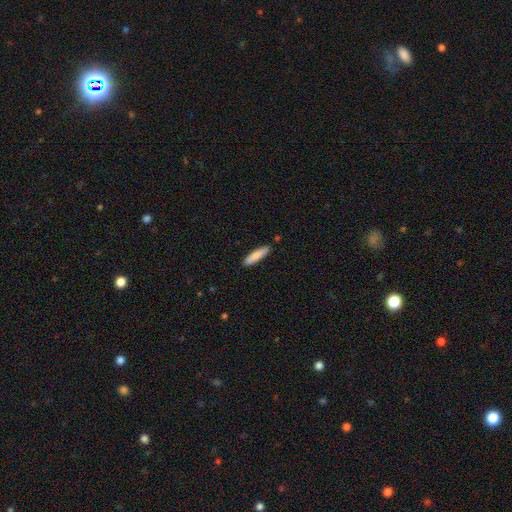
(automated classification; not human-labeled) A smooth galaxy with no disk features (85%) that is cigar-shaped (74%). Merging: none (86%).